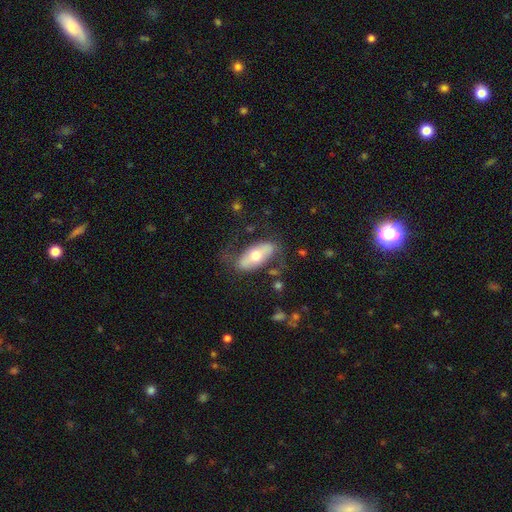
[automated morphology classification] Smooth or featured? Predicted: featured or disk (p=0.49). Merging? Predicted: none (p=0.62).